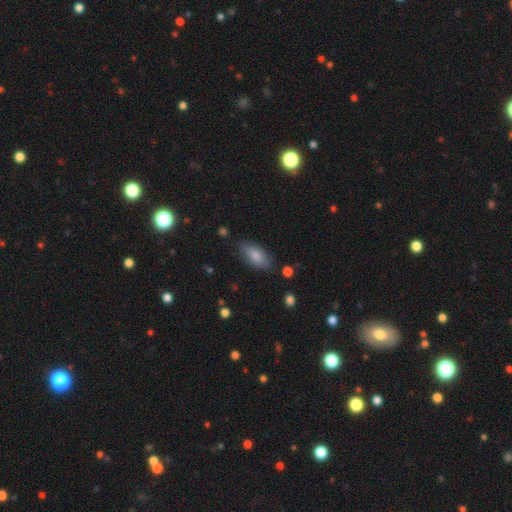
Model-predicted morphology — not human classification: This is clearly a smooth galaxy (81%). How rounded: clearly in between (88%). Merging: clearly none (80%).